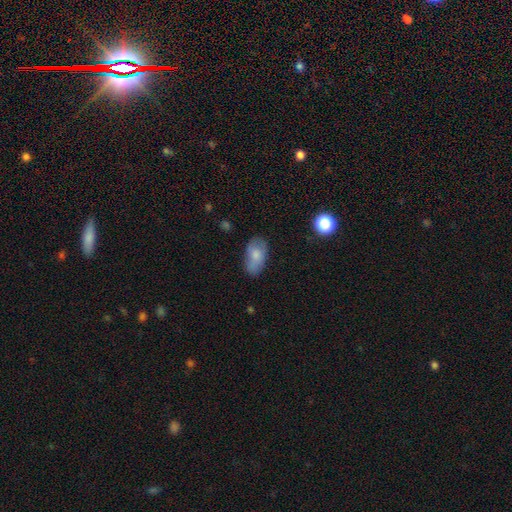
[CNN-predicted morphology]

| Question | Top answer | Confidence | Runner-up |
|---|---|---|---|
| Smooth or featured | smooth | 75% | featured or disk (17%) |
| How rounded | in between | 93% | round (5%) |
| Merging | none | 65% | minor disturbance (25%) |